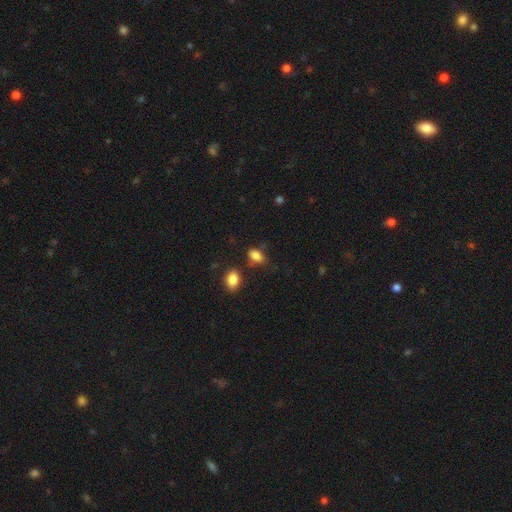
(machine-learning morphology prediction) smooth_or_featured: smooth (p=0.84) [alt: star or artifact p=0.09]
how_rounded: in between (p=0.88) [alt: round p=0.08]
merging: none (p=0.63) [alt: minor disturbance p=0.21]